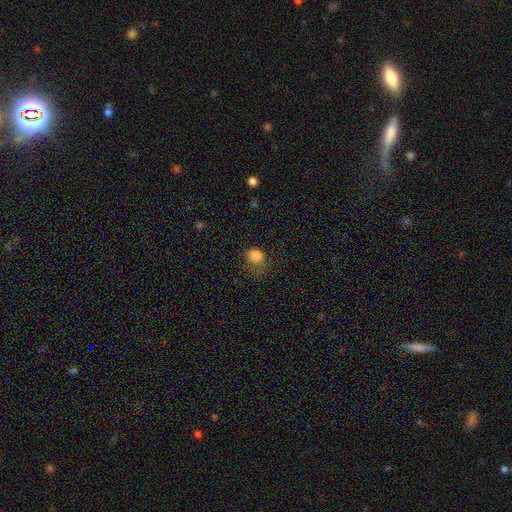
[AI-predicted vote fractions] Morphology: type=smooth (82%); roundness=round (65%); merging=none (46%).